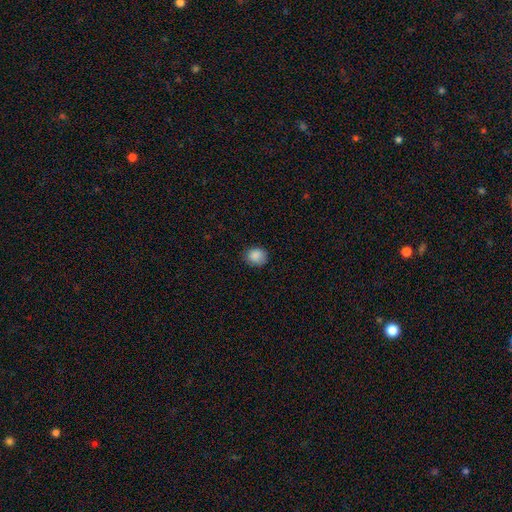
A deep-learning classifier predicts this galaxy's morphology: smooth 87%, star or artifact 9%, featured or disk 4%. Down the decision tree: how rounded — round (66%); merging — none (77%).